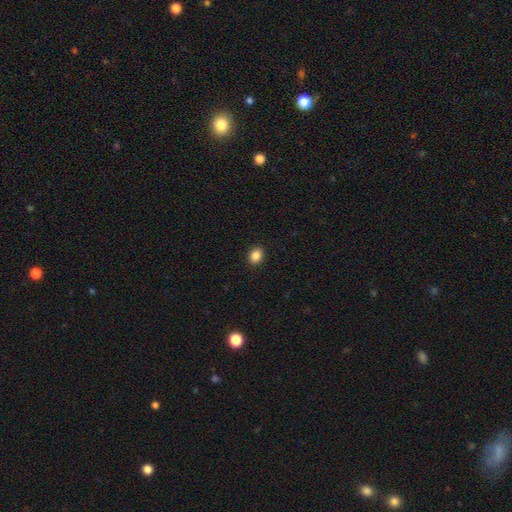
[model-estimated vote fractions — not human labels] The model was most divided on "how rounded": round: 50%, in between: 49%, cigar-shaped: 1%. More confident: merging — none (92%); smooth or featured — smooth (86%).